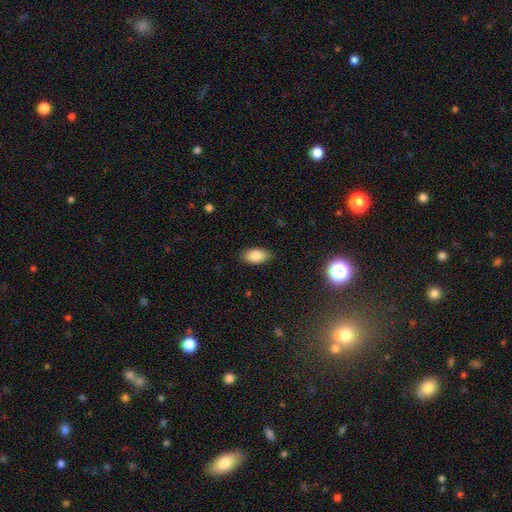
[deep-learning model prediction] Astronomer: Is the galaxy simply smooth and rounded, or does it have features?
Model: smooth — 84%.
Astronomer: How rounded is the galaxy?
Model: in between — 93%.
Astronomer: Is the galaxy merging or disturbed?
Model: none — 86%.